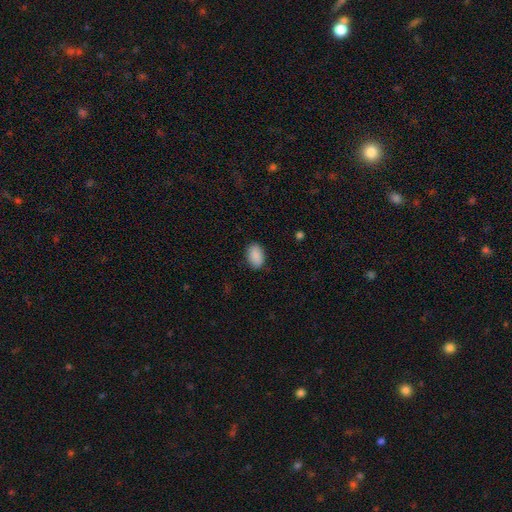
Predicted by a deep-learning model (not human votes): Smooth or featured?
  - smooth: 90% *
  - star or artifact: 7%
  - featured or disk: 3%
How rounded?
  - in between: 90% *
  - round: 9%
  - cigar-shaped: 1%
Merging?
  - none: 86% *
  - minor disturbance: 10%
  - major disturbance: 2%
  - merger: 1%